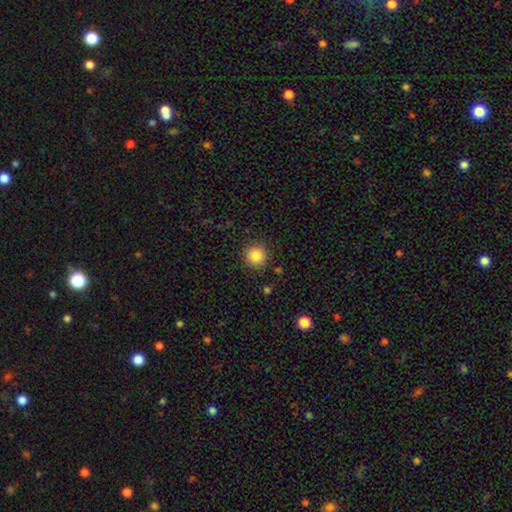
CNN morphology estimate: A smooth galaxy with no disk features (86%) that is round (94%).

Vote fractions:
- Smooth or featured? smooth: 86% / star or artifact: 10% / featured or disk: 4%
- How rounded? round: 94% / in between: 5% / cigar-shaped: 1%
- Merging? none: 87% / minor disturbance: 9% / major disturbance: 3% / merger: 2%